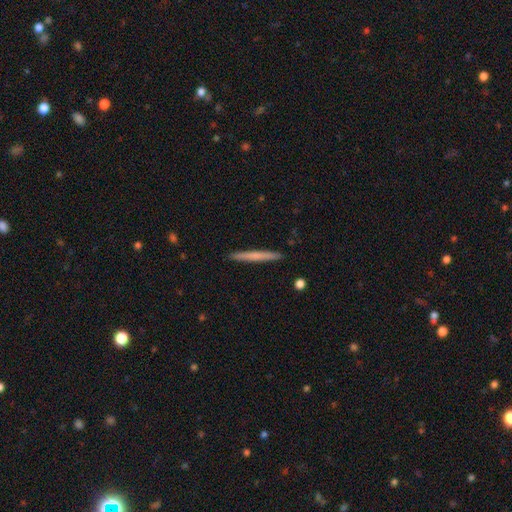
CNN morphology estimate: smooth 60%, featured or disk 35%, star or artifact 6%. Down the decision tree: how rounded — cigar-shaped (97%); merging — none (92%).